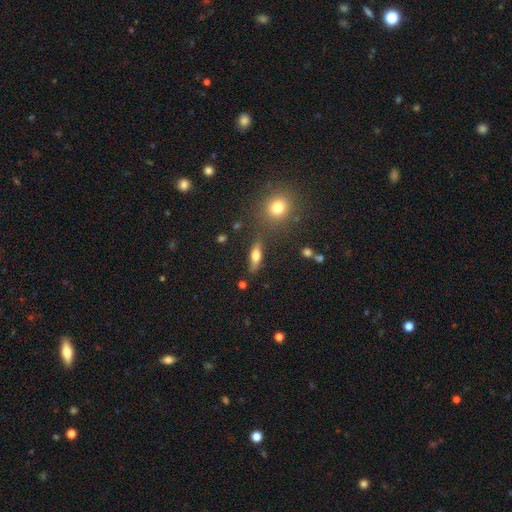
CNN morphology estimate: The model was most divided on "how rounded": in between: 52%, cigar-shaped: 42%, round: 6%. More confident: merging — none (76%); smooth or featured — smooth (57%).